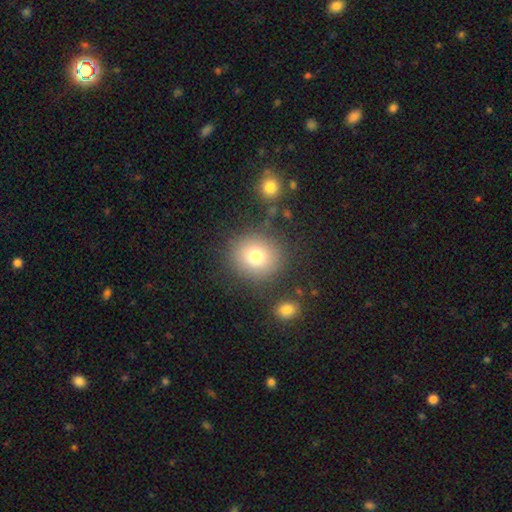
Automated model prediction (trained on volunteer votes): Overall: smooth (76%). How rounded: round (86%). Merging: none (82%).